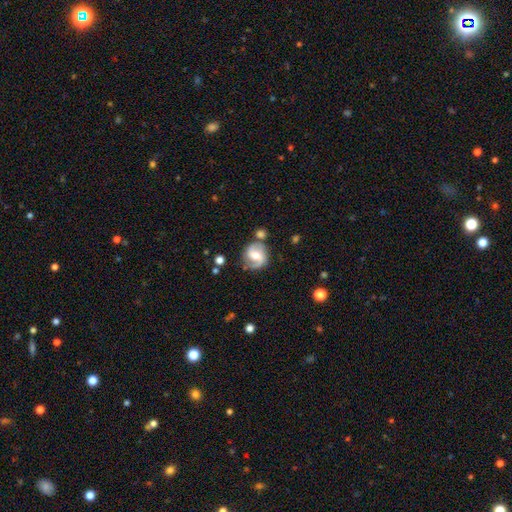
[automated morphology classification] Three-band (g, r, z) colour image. It shows a featured or disk galaxy (81%) with a weak bar (45%), 2 (89%) medium (50%) spiral arms (95%) and a moderate central bulge (67%). Merging: none (73%).